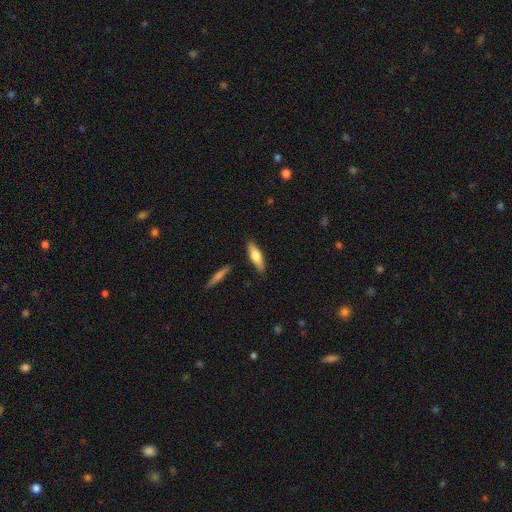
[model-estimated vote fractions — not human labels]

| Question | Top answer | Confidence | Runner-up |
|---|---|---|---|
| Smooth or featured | smooth | 65% | featured or disk (30%) |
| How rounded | cigar-shaped | 53% | in between (45%) |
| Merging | none | 85% | minor disturbance (10%) |